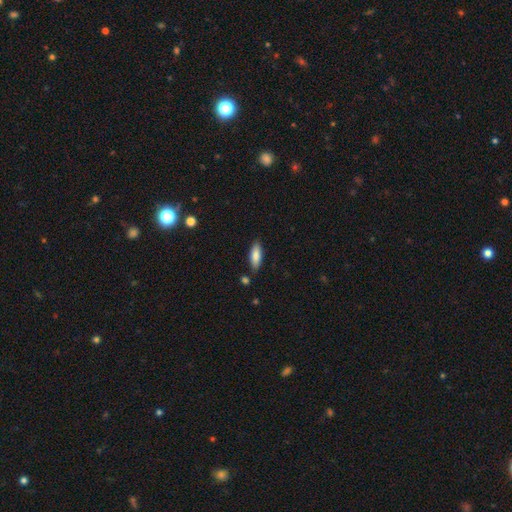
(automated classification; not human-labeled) A smooth galaxy with no disk features (83%) that is in between round and cigar-shaped (64%).

Vote fractions:
- Smooth or featured? smooth: 83% / featured or disk: 10% / star or artifact: 6%
- How rounded? in between: 64% / cigar-shaped: 34% / round: 2%
- Merging? none: 84% / minor disturbance: 11% / merger: 3% / major disturbance: 2%